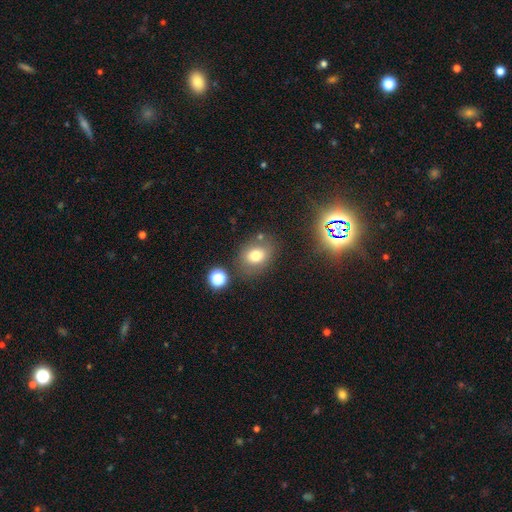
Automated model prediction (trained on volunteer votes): This appears to be a smooth galaxy with no disk features (74%) that is round (51%). Merging: none (72%).